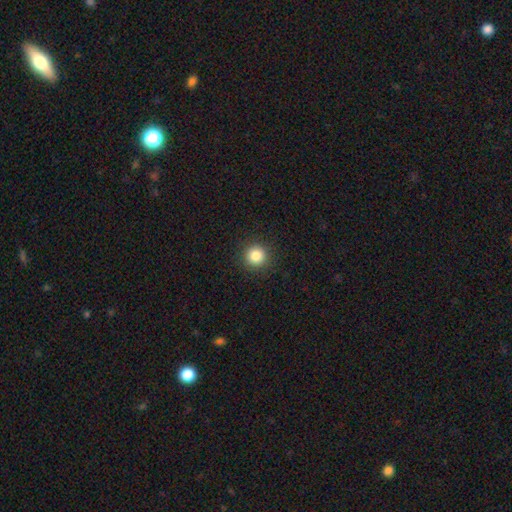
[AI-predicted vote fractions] smooth_or_featured: smooth (p=0.84) [alt: star or artifact p=0.11]
how_rounded: round (p=0.95) [alt: in between p=0.04]
merging: none (p=0.92) [alt: minor disturbance p=0.05]